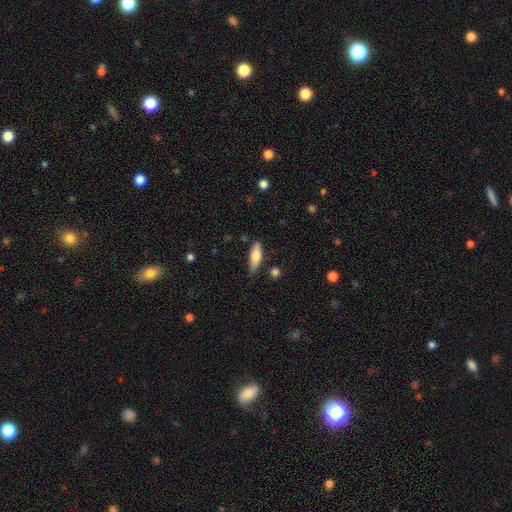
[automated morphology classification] Smooth or featured: smooth — 65% (featured or disk — 29%)
How rounded: in between — 57% (cigar-shaped — 40%)
Merging: none — 79% (minor disturbance — 15%)